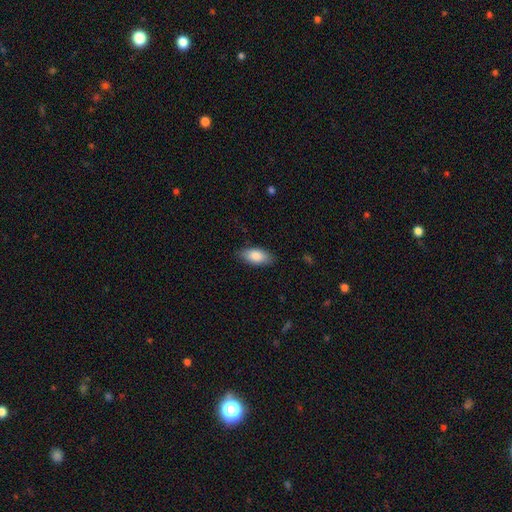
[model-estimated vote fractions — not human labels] This appears to be a smooth galaxy with no disk features (84%) that is in between round and cigar-shaped (90%). Merging: none (86%).